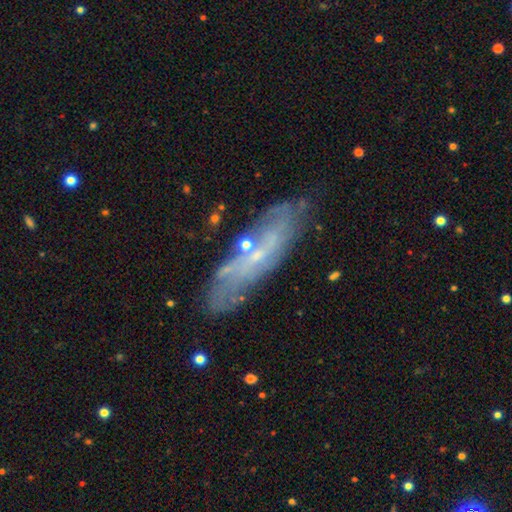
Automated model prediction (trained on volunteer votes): Overall: featured or disk (66%). Edge-on disk: no (69%; yes 31%). Merging: none (71%).